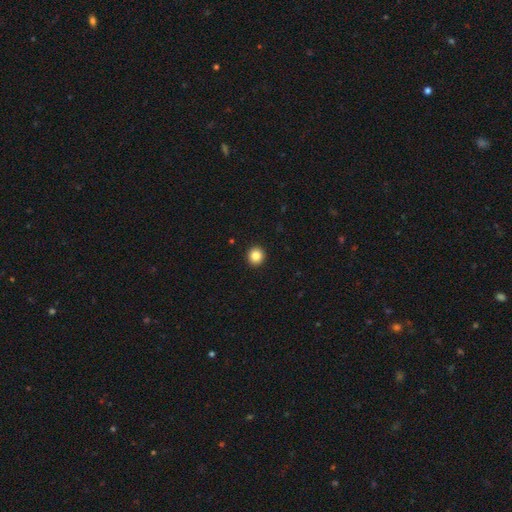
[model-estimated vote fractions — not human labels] smooth-or-featured: smooth: 85% | star or artifact: 10% | featured or disk: 5%
  how-rounded: round: 94% | in between: 5% | cigar-shaped: 1%
  merging: none: 94% | minor disturbance: 4% | major disturbance: 1% | merger: 1%